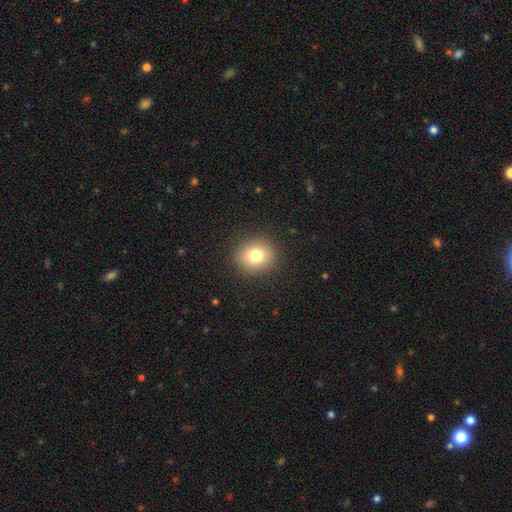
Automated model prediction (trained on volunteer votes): The model was most divided on "how rounded": round: 81%, in between: 18%, cigar-shaped: 1%. More confident: merging — none (90%); smooth or featured — smooth (79%).